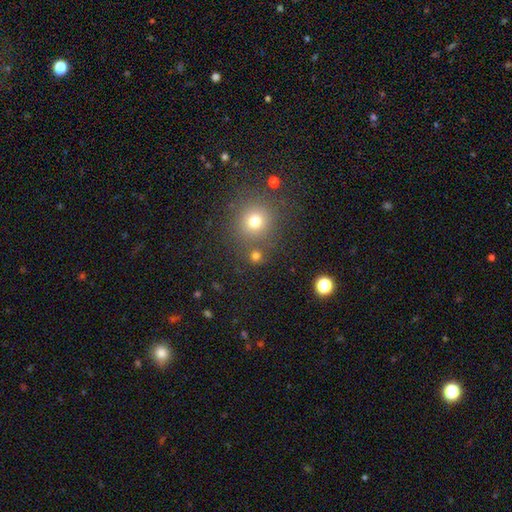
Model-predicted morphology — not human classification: Overall: smooth (71%). How rounded: round (89%). Merging: none (74%).